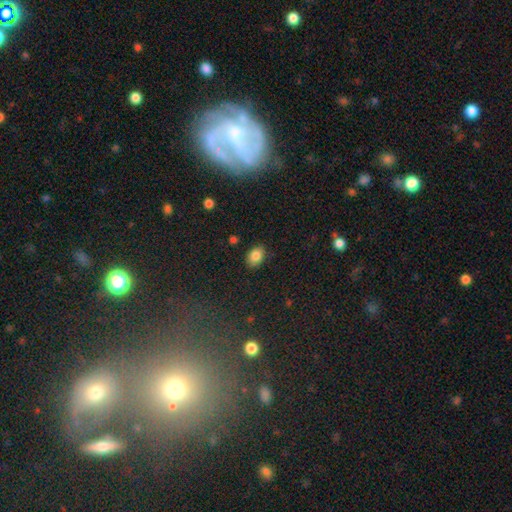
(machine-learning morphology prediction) A smooth galaxy with no disk features (84%) that is in between round and cigar-shaped (77%). Merging: none (86%).